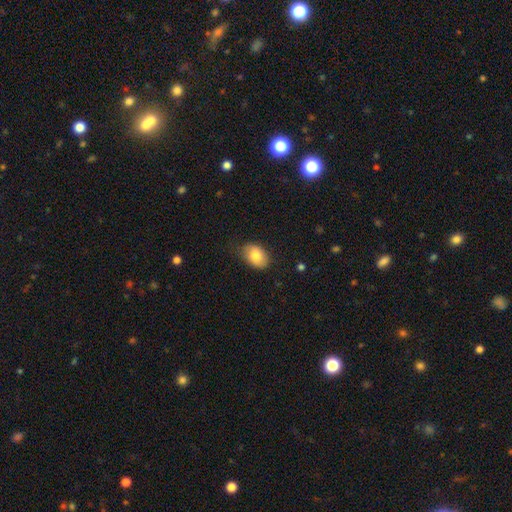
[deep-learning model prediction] Smooth or featured? Predicted: smooth (p=0.82). How rounded? Predicted: in between (p=0.80). Merging? Predicted: none (p=0.70).